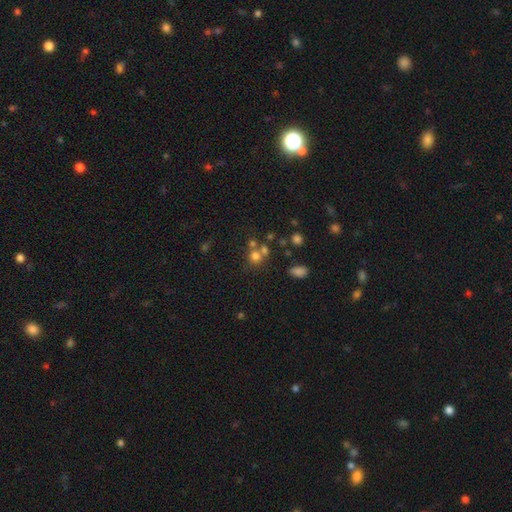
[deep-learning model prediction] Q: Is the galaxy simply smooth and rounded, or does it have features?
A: smooth — 70%.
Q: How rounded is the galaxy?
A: round — 83%.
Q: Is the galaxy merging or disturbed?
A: none — 48%.